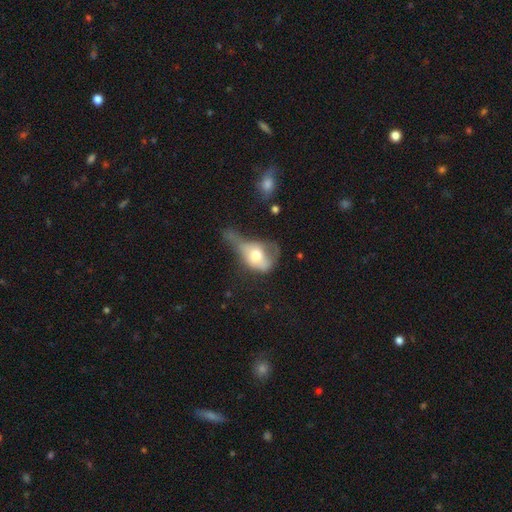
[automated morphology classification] This is possibly a smooth galaxy (59%). How rounded: likely in between (68%). Merging: possibly major disturbance (53%).